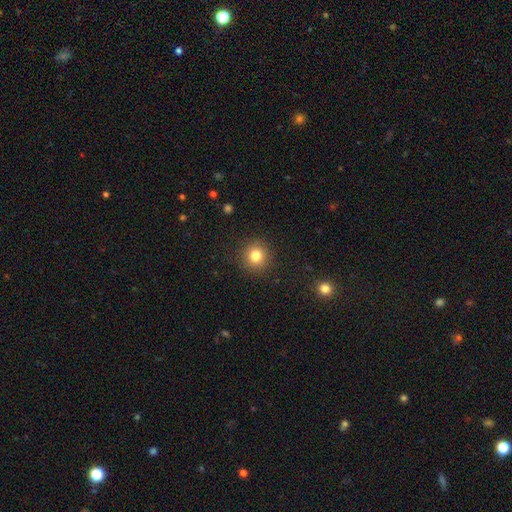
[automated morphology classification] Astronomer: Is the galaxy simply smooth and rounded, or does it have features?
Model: smooth — 81%.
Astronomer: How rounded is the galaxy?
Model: round — 93%.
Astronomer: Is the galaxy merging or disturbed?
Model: none — 90%.